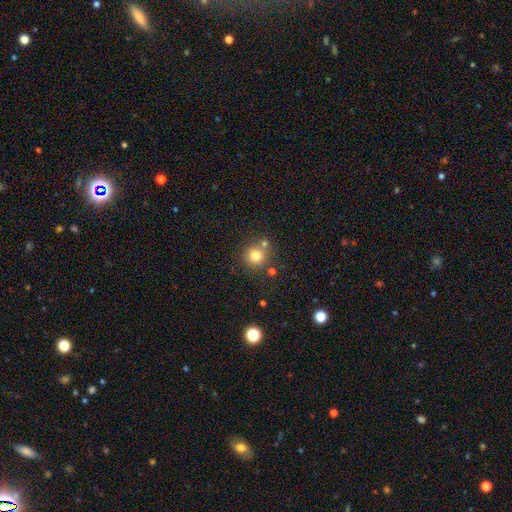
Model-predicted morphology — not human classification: This appears to be a smooth galaxy with no disk features (78%) that is round (92%). Merging: none (72%).